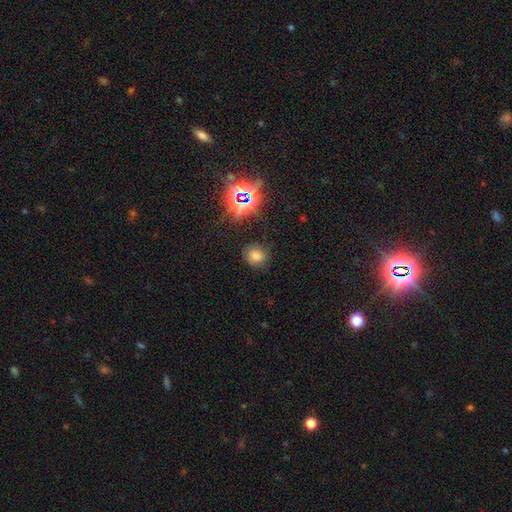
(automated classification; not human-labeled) Overall: smooth (66%). How rounded: round (72%). Merging: none (79%).